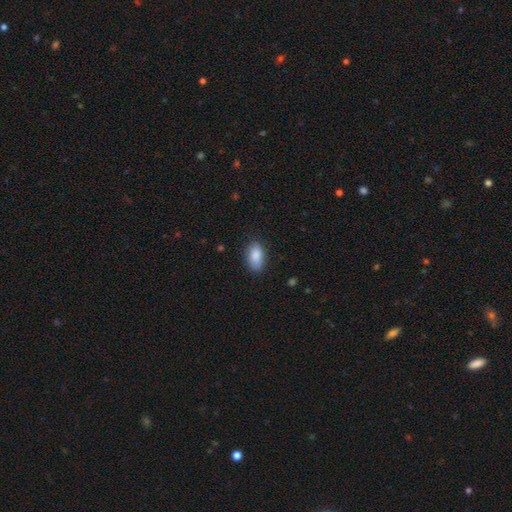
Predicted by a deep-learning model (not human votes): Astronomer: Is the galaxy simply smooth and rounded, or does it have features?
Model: smooth — 87%.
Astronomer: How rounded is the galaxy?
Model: in between — 91%.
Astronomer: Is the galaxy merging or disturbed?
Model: none — 80%.